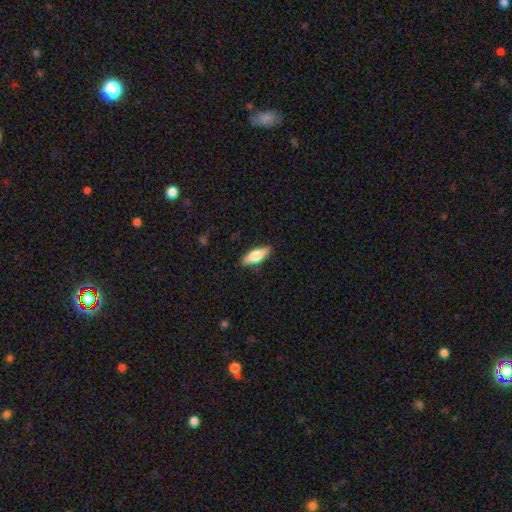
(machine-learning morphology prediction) The model was most divided on "how rounded": in between: 60%, cigar-shaped: 38%, round: 3%. More confident: merging — none (86%); smooth or featured — smooth (67%).